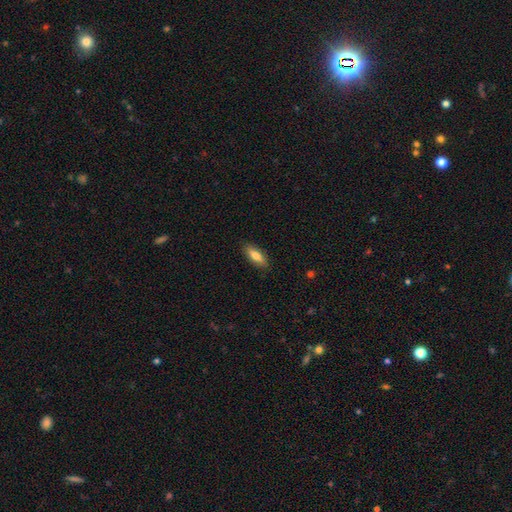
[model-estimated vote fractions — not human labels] Morphology: type=smooth (76%); roundness=in between (66%); merging=none (88%).